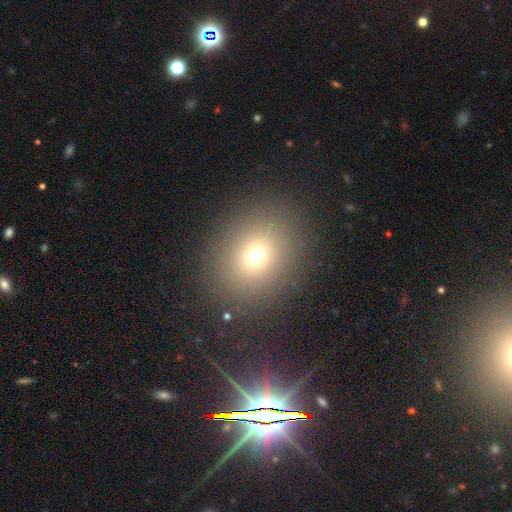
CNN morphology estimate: smooth 71%, star or artifact 19%, featured or disk 10%. Down the decision tree: how rounded — round (68%); merging — none (87%).